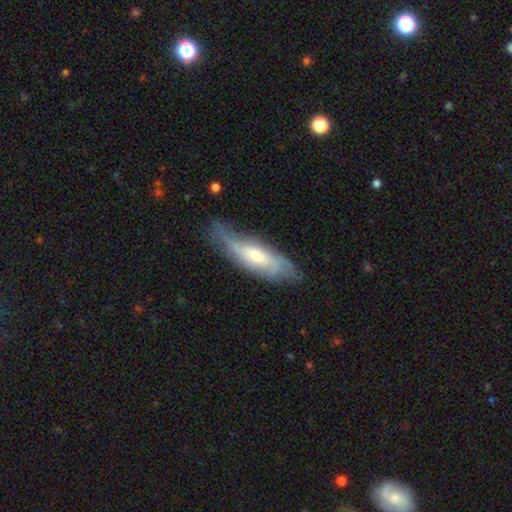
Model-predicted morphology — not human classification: Smooth or featured?
  - featured or disk: 68% *
  - smooth: 26%
  - star or artifact: 6%
Edge-on disk?
  - no: 77% *
  - yes: 23%
Bar?
  - no: 62% *
  - weak: 31%
  - strong: 7%
Spiral arms?
  - yes: 87% *
  - no: 13%
Bulge size?
  - small: 46% * (tied)
  - moderate: 46% * (tied)
  - large: 4%
  - none: 2%
  - dominant: 1%
Merging?
  - none: 62% *
  - minor disturbance: 26%
  - major disturbance: 10%
  - merger: 2%